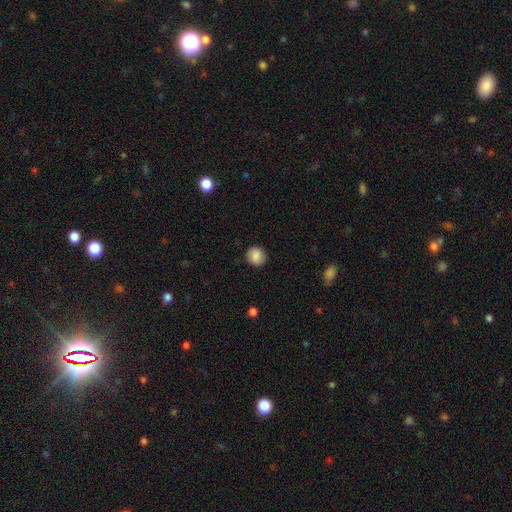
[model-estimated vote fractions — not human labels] A smooth galaxy with no disk features (84%) that is round (87%). Merging: none (88%).